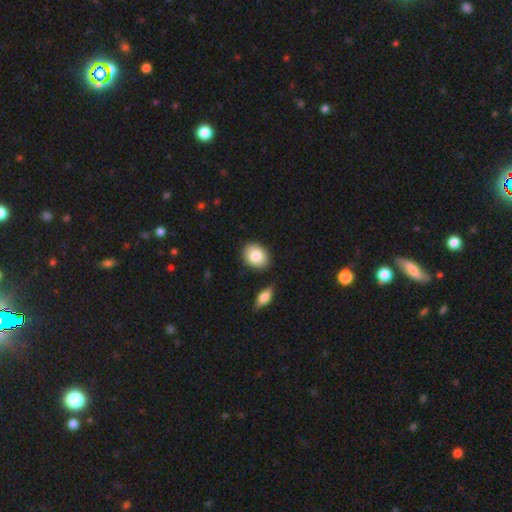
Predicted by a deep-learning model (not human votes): smooth-or-featured: smooth: 83% | featured or disk: 10% | star or artifact: 7%
  how-rounded: in between: 63% | round: 35% | cigar-shaped: 1%
  merging: none: 84% | minor disturbance: 9% | merger: 5% | major disturbance: 2%